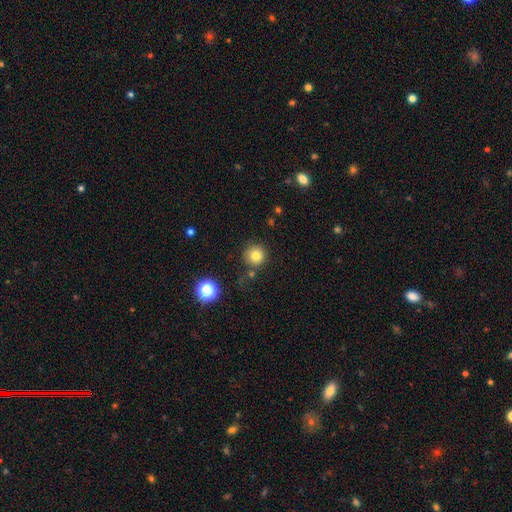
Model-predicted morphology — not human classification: This appears to be a smooth galaxy with no disk features (79%) that is round (95%). Merging: none (81%).